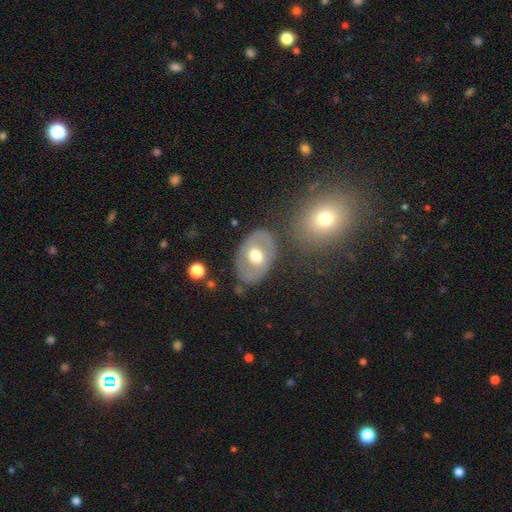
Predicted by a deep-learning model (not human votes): The model was most divided on "smooth or featured": featured or disk: 48%, smooth: 46%, star or artifact: 6%. More confident: merging — none (75%).